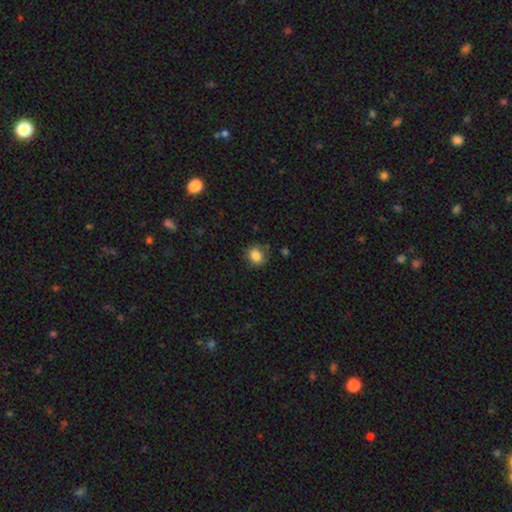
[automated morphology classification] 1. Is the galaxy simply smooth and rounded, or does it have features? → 85% smooth, 10% star or artifact, 6% featured or disk.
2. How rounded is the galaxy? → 65% round, 34% in between, 1% cigar-shaped.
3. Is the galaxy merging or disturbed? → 77% none, 17% minor disturbance, 4% major disturbance, 2% merger.